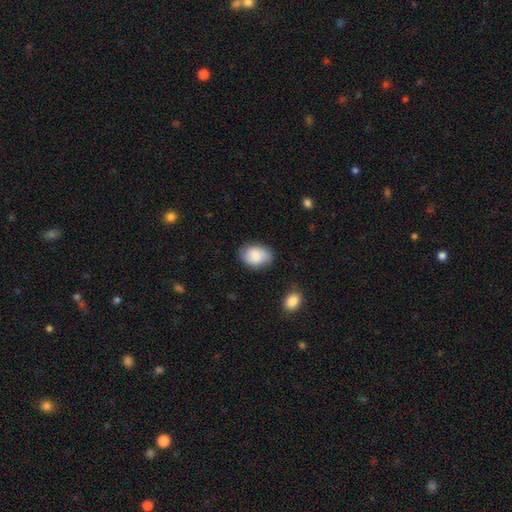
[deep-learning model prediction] A smooth galaxy with no disk features (80%) that is in between round and cigar-shaped (77%). Merging: none (73%).